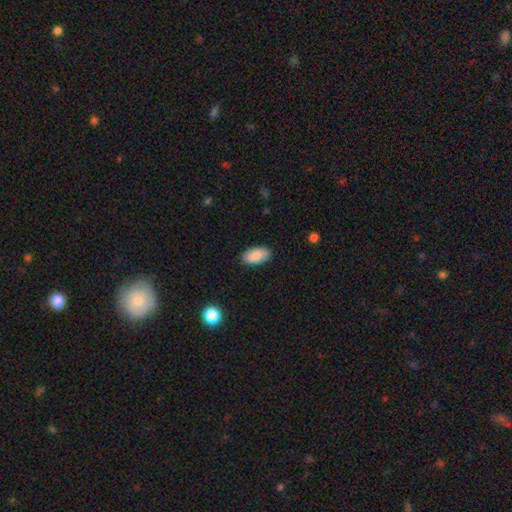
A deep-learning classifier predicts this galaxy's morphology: A smooth galaxy with no disk features (86%) that is in between round and cigar-shaped (93%).

Vote fractions:
- Smooth or featured? smooth: 86% / featured or disk: 8% / star or artifact: 6%
- How rounded? in between: 93% / cigar-shaped: 4% / round: 3%
- Merging? none: 86% / minor disturbance: 10% / major disturbance: 2% / merger: 1%